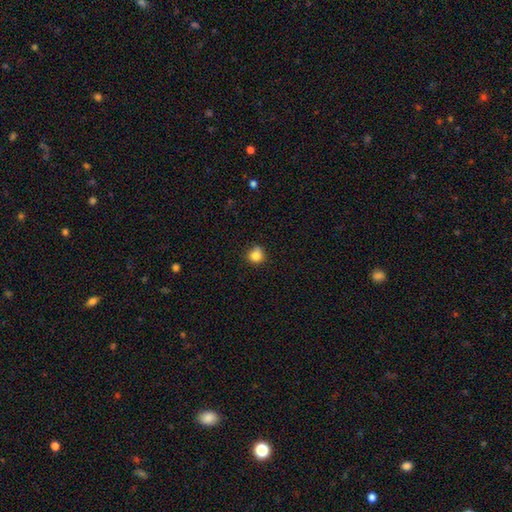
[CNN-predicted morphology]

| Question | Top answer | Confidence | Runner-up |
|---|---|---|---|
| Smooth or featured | smooth | 83% | star or artifact (12%) |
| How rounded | round | 88% | in between (11%) |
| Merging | none | 75% | minor disturbance (19%) |